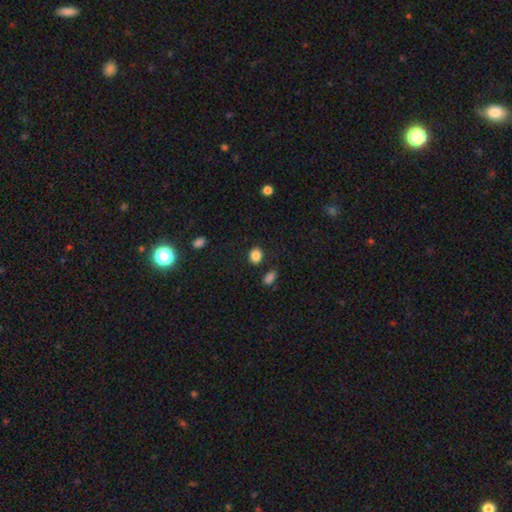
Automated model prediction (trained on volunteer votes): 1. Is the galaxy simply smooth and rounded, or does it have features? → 86% smooth, 10% star or artifact, 4% featured or disk.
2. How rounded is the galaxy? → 57% round, 42% in between, 1% cigar-shaped.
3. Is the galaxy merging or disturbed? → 83% none, 10% minor disturbance, 4% merger, 3% major disturbance.